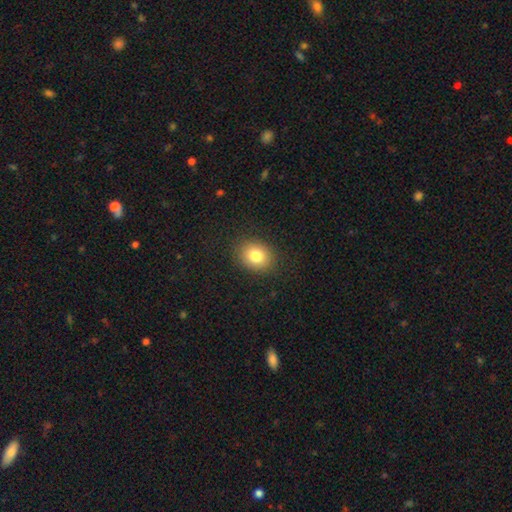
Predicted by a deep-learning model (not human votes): A smooth galaxy with no disk features (81%) that is round (58%).

Vote fractions:
- Smooth or featured? smooth: 81% / star or artifact: 11% / featured or disk: 9%
- How rounded? round: 58% / in between: 41% / cigar-shaped: 1%
- Merging? none: 88% / minor disturbance: 8% / major disturbance: 3% / merger: 1%